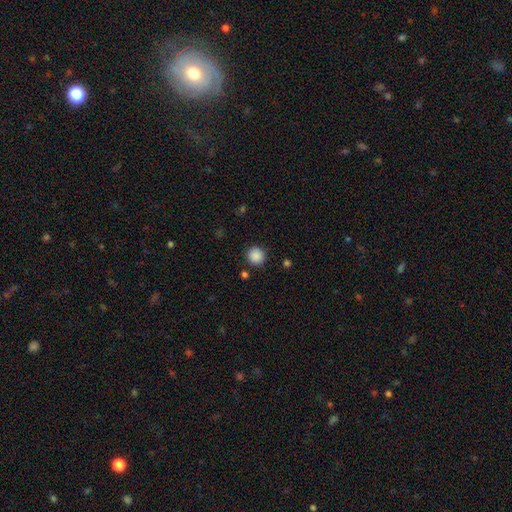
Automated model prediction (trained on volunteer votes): This is clearly a smooth galaxy (88%). How rounded: clearly round (92%). Merging: clearly none (88%).